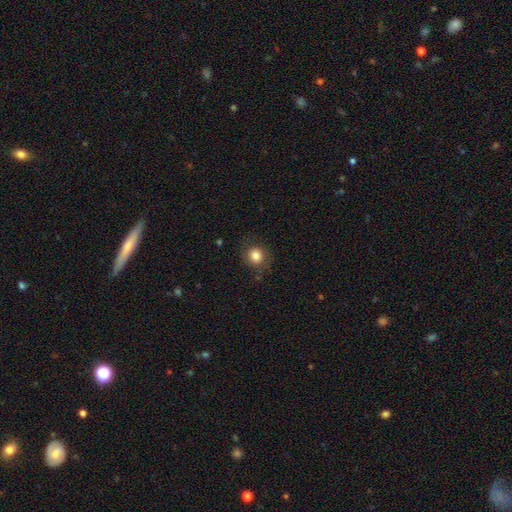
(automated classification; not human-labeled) smooth_or_featured: smooth (p=0.82) [alt: star or artifact p=0.10]
how_rounded: round (p=0.83) [alt: in between p=0.17]
merging: none (p=0.79) [alt: minor disturbance p=0.14]